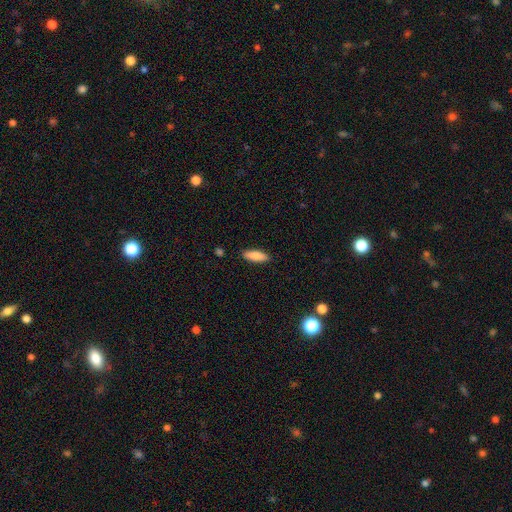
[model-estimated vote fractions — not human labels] A smooth galaxy with no disk features (85%) that is in between round and cigar-shaped (58%). Merging: none (89%).